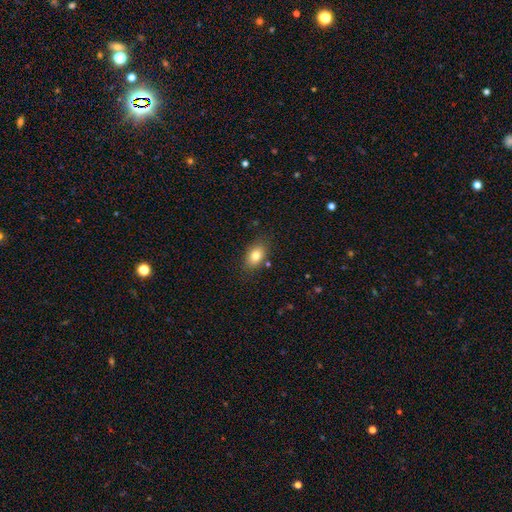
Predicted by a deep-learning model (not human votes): A smooth galaxy with no disk features (81%) that is in between round and cigar-shaped (82%). Merging: none (81%).